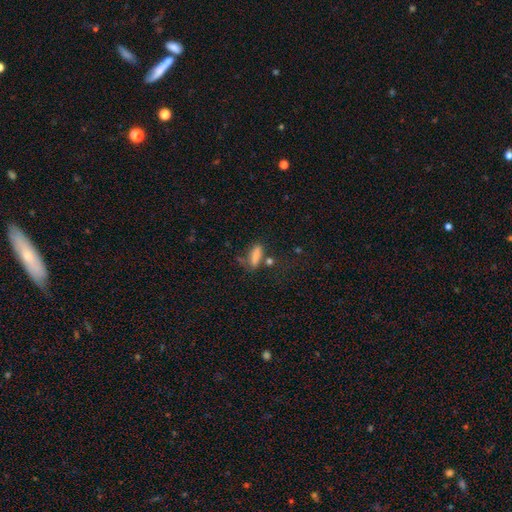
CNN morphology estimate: Smooth or featured: smooth — 80% (featured or disk — 10%)
How rounded: cigar-shaped — 51% (in between — 45%)
Merging: none — 57% (minor disturbance — 20%)